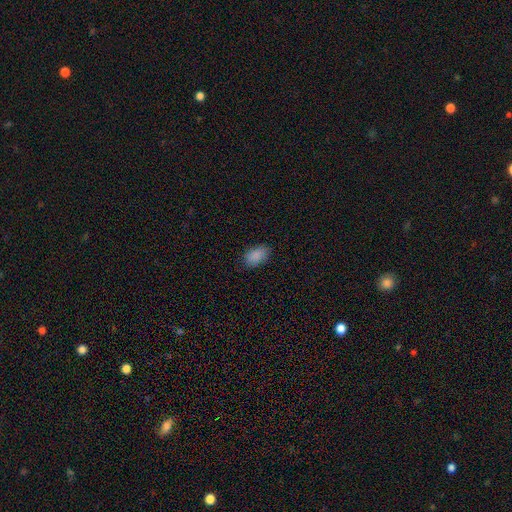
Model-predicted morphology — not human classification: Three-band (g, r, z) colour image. It shows a smooth galaxy with no disk features (87%) that is in between round and cigar-shaped (91%). Merging: none (82%).